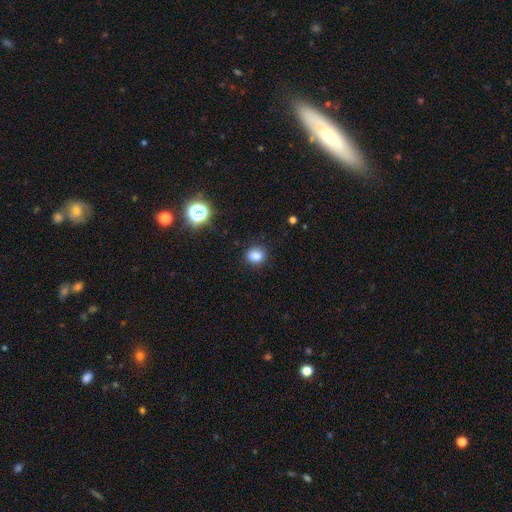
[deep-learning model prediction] Smooth or featured: smooth — 82% (star or artifact — 13%)
How rounded: round — 63% (in between — 36%)
Merging: none — 85% (minor disturbance — 11%)